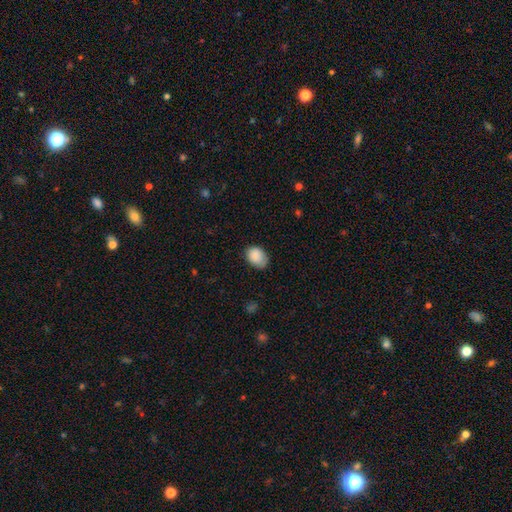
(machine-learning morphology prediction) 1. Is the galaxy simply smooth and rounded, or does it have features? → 87% smooth, 7% star or artifact, 5% featured or disk.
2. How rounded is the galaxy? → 75% in between, 24% round, 1% cigar-shaped.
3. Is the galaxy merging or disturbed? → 66% none, 27% minor disturbance, 5% major disturbance, 1% merger.